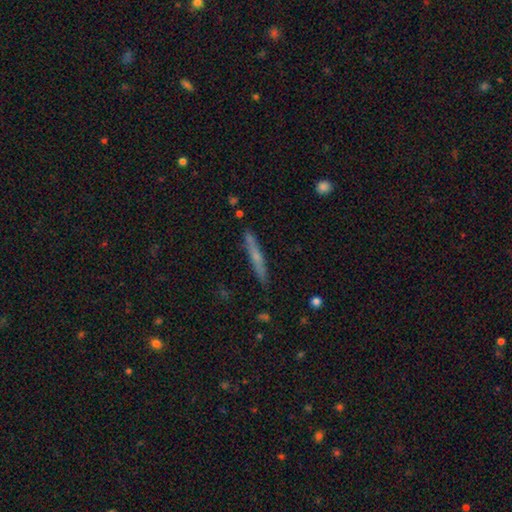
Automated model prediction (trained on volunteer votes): Smooth or featured?
  - featured or disk: 51% *
  - smooth: 42%
  - star or artifact: 8%
Edge-on disk?
  - yes: 95% *
  - no: 5%
Merging?
  - none: 88% *
  - minor disturbance: 9%
  - major disturbance: 2%
  - merger: 2%